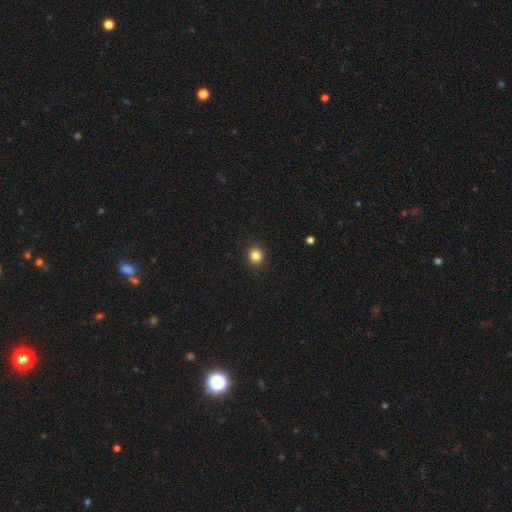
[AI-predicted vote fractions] The model was most divided on "smooth or featured": smooth: 84%, star or artifact: 11%, featured or disk: 4%. More confident: merging — none (91%); how rounded — round (88%).